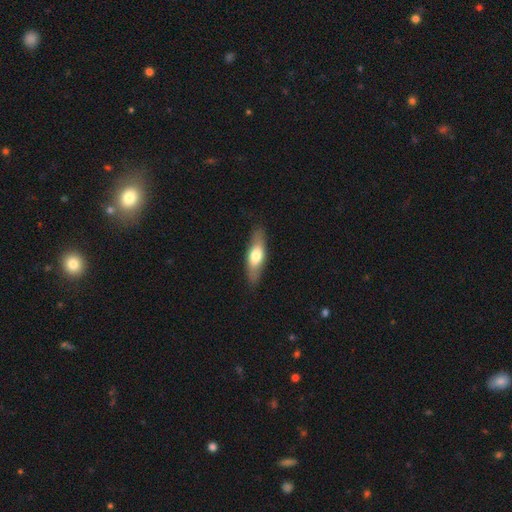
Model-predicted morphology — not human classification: Q: Smooth or featured?
A: smooth (60%); runner-up: featured or disk (34%)
Q: How rounded?
A: in between (49%); tied with: cigar-shaped (49%)
Q: Merging?
A: none (85%); runner-up: minor disturbance (12%)